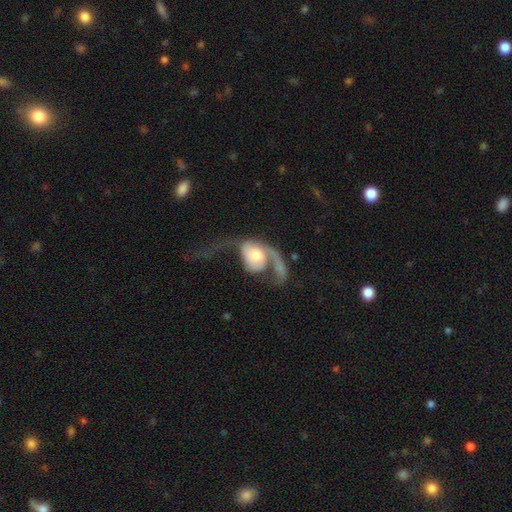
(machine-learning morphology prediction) Q: Smooth or featured?
A: featured or disk (65%); runner-up: smooth (29%)
Q: Edge-on disk?
A: no (96%); runner-up: yes (4%)
Q: Bar?
A: no (78%); runner-up: weak (17%)
Q: Spiral arms?
A: yes (75%); runner-up: no (25%)
Q: Bulge size?
A: moderate (59%); runner-up: large (26%)
Q: Merging?
A: major disturbance (61%); runner-up: none (18%)